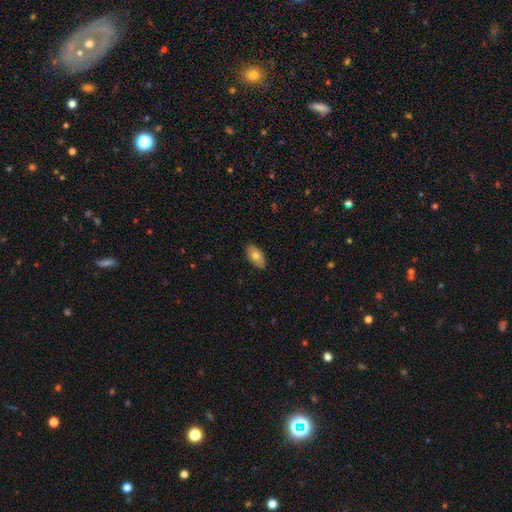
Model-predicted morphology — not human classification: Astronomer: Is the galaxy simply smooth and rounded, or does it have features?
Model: smooth — 72%.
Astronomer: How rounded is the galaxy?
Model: in between — 93%.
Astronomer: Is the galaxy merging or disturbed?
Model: none — 87%.